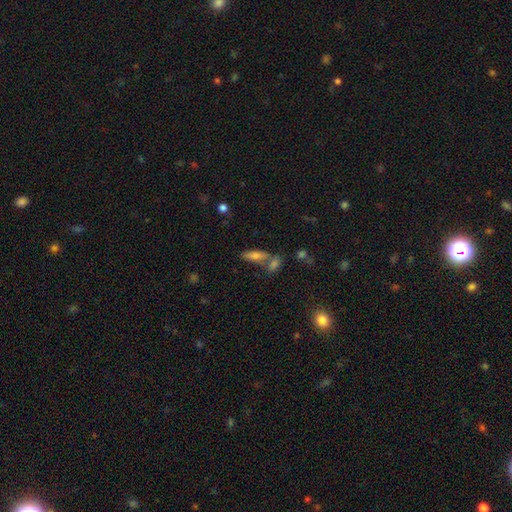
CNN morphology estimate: smooth 66%, featured or disk 24%, star or artifact 10%. Down the decision tree: how rounded — in between (49%); merging — none (53%).